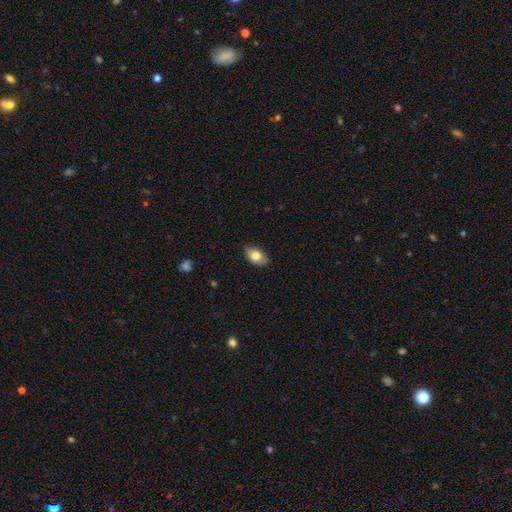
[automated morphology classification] Smooth or featured?
  - smooth: 80% *
  - featured or disk: 13%
  - star or artifact: 7%
How rounded?
  - in between: 91% *
  - round: 8%
  - cigar-shaped: 1%
Merging?
  - none: 85% *
  - minor disturbance: 12%
  - major disturbance: 2%
  - merger: 1%